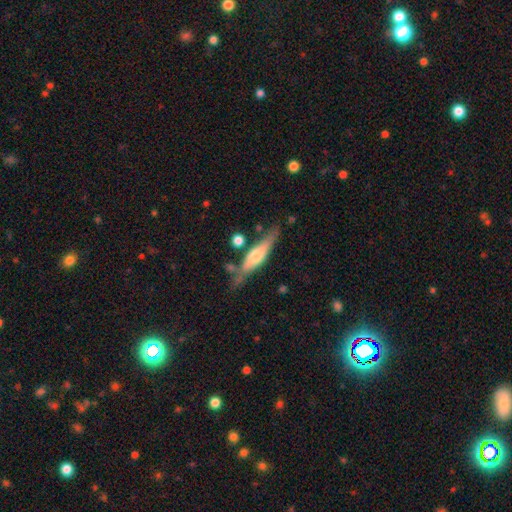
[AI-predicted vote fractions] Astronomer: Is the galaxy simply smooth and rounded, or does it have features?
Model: featured or disk — 57% (runner-up: smooth, 38%).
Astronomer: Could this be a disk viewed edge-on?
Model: yes — 91%.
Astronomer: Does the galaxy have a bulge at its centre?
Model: rounded — 82%.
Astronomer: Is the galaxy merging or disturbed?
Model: none — 71%.